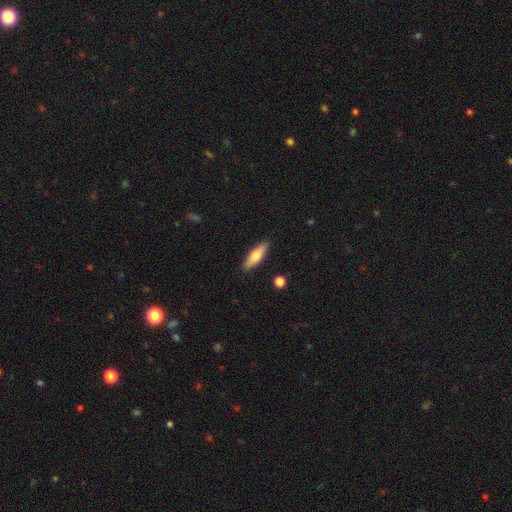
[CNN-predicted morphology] Smooth or featured?
  - smooth: 63% *
  - featured or disk: 31%
  - star or artifact: 6%
How rounded?
  - cigar-shaped: 53% *
  - in between: 44%
  - round: 2%
Merging?
  - none: 89% *
  - minor disturbance: 8%
  - major disturbance: 2%
  - merger: 2%